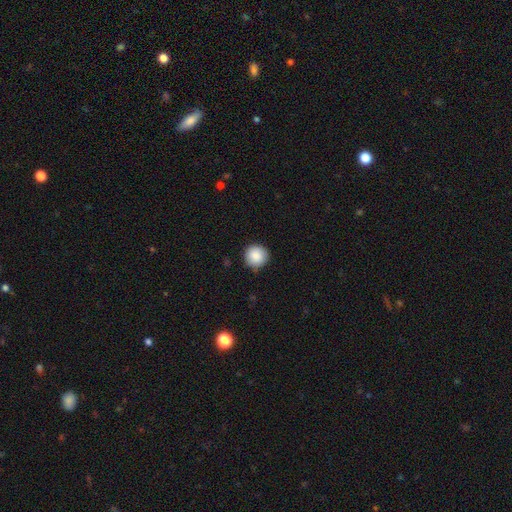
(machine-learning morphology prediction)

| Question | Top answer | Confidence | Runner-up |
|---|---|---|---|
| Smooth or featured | smooth | 88% | star or artifact (8%) |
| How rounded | round | 95% | in between (4%) |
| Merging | none | 89% | minor disturbance (8%) |